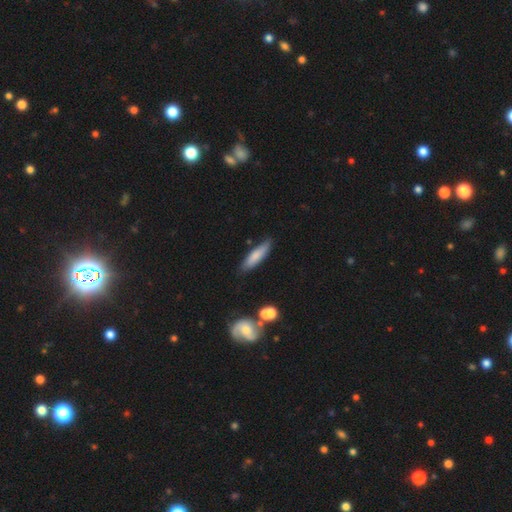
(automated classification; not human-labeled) smooth_or_featured: smooth (p=0.76) [alt: featured or disk p=0.18]
how_rounded: cigar-shaped (p=0.69) [alt: in between p=0.29]
merging: none (p=0.80) [alt: minor disturbance p=0.14]